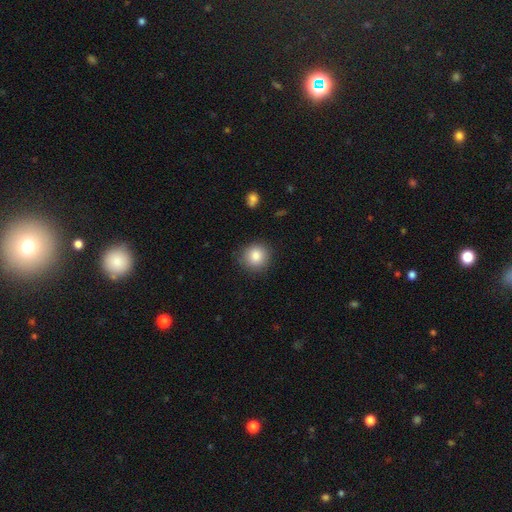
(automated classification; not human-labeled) This appears to be a smooth galaxy with no disk features (85%) that is round (91%). Merging: none (87%).